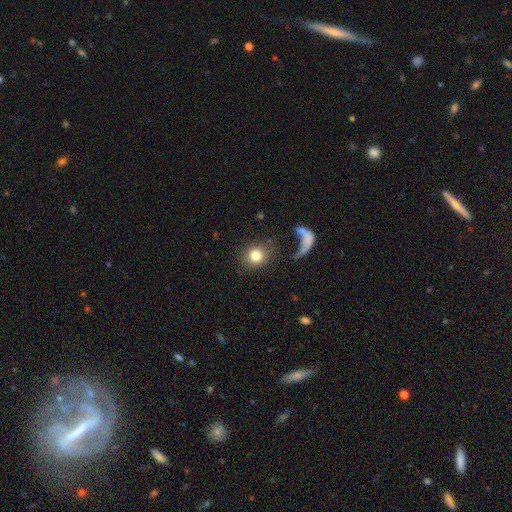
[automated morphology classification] This is clearly a smooth galaxy (81%). How rounded: clearly round (84%). Merging: likely none (65%).